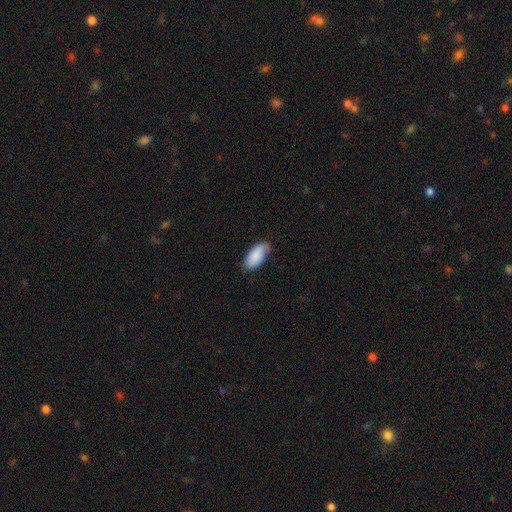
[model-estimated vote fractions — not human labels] Smooth or featured? Predicted: smooth (p=0.87). How rounded? Predicted: in between (p=0.92). Merging? Predicted: none (p=0.78).